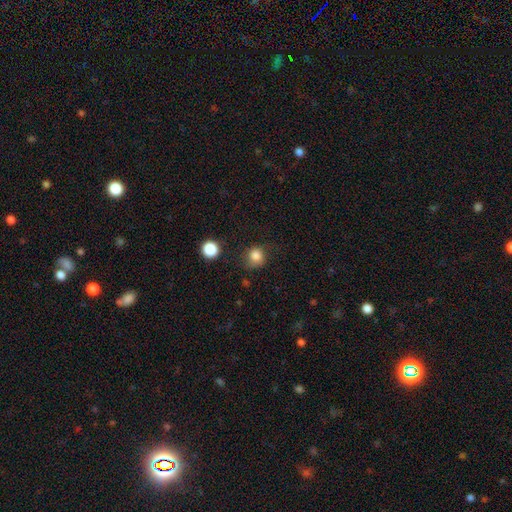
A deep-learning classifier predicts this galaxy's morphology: Q: Smooth or featured?
A: smooth (82%); runner-up: star or artifact (12%)
Q: How rounded?
A: round (83%); runner-up: in between (16%)
Q: Merging?
A: none (65%); runner-up: minor disturbance (23%)